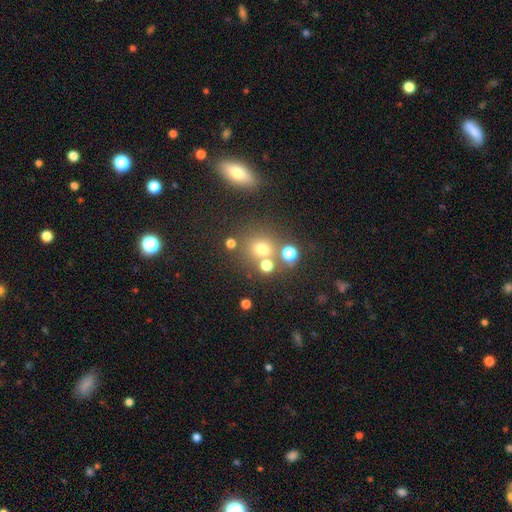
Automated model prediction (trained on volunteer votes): Smooth or featured? smooth (51%)
How rounded? round (80%)
Merging? none (58%)